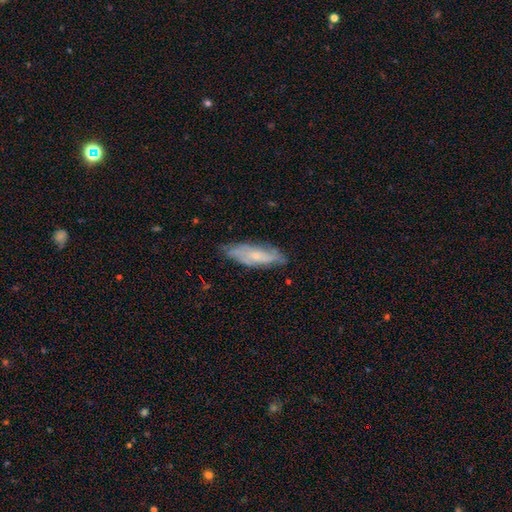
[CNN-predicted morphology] This appears to be a featured or disk galaxy (50%). Merging: none (73%).